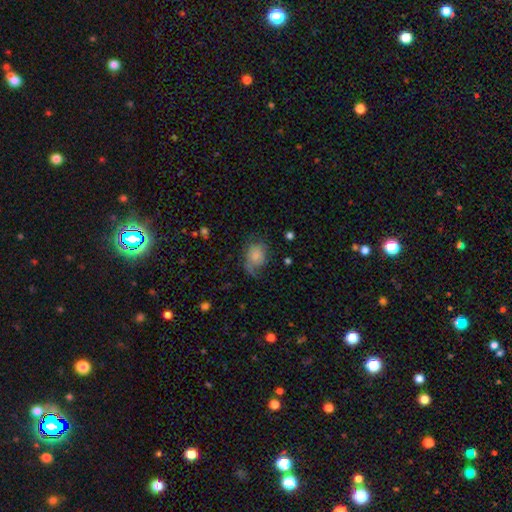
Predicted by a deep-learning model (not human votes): Smooth or featured: smooth — 70% (featured or disk — 22%)
How rounded: in between — 62% (round — 37%)
Merging: none — 40% (minor disturbance — 32%)